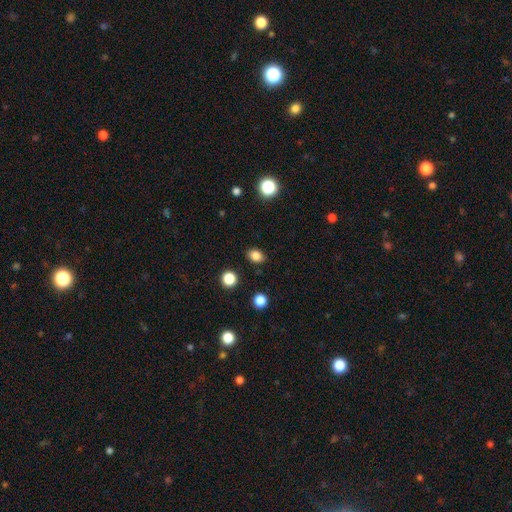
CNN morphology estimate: This is clearly a smooth galaxy (83%). How rounded: likely in between (64%). Merging: clearly none (87%).